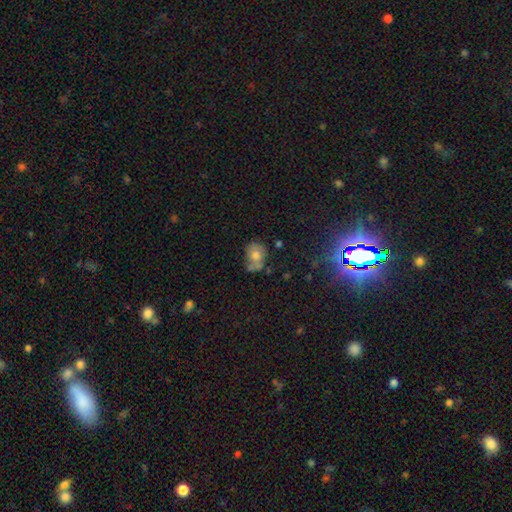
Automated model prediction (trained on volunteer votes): Smooth or featured?
  - smooth: 68% *
  - featured or disk: 21%
  - star or artifact: 11%
How rounded?
  - round: 51% *
  - in between: 48%
  - cigar-shaped: 1%
Merging?
  - none: 37% *
  - minor disturbance: 25%
  - merger: 25%
  - major disturbance: 13%